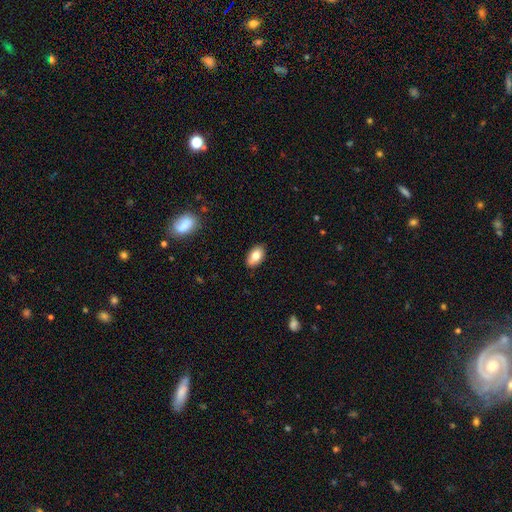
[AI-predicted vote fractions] Morphology: type=smooth (78%); roundness=in between (92%); merging=none (85%).